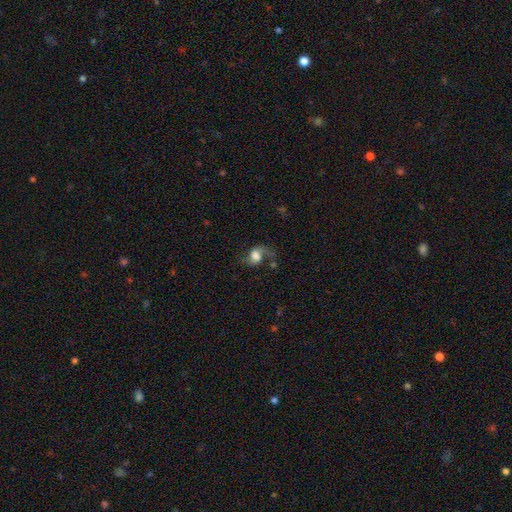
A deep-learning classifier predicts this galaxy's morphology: This appears to be a smooth galaxy with no disk features (52%) that is in between round and cigar-shaped (61%). Merging: none (42%).